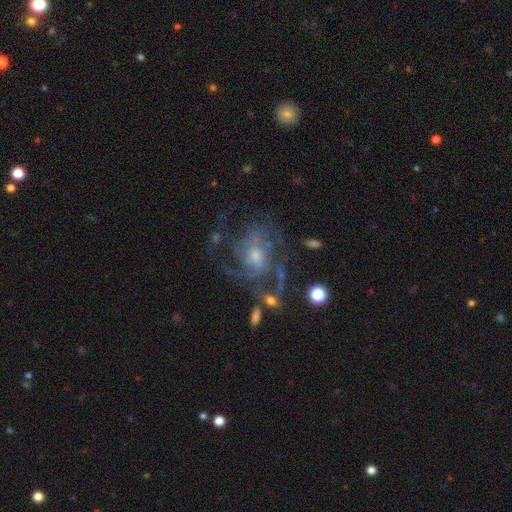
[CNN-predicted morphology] This appears to be a featured or disk galaxy (81%) with no bar (61%), medium (44%) spiral arms (88%) and a small central bulge (51%). Merging: none (51%).